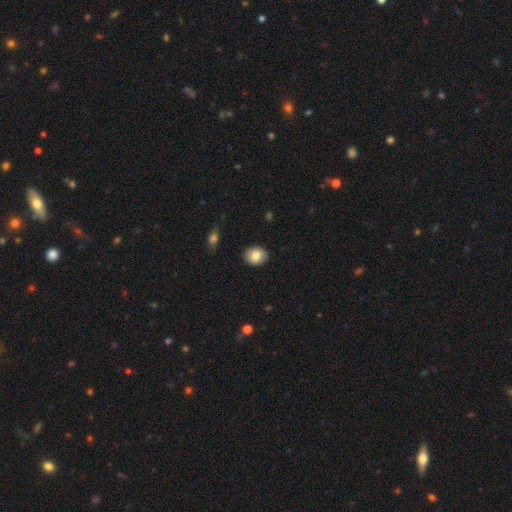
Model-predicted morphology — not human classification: A smooth galaxy with no disk features (83%) that is round (56%).

Vote fractions:
- Smooth or featured? smooth: 83% / featured or disk: 10% / star or artifact: 8%
- How rounded? round: 56% / in between: 43% / cigar-shaped: 1%
- Merging? none: 89% / minor disturbance: 8% / major disturbance: 2% / merger: 1%